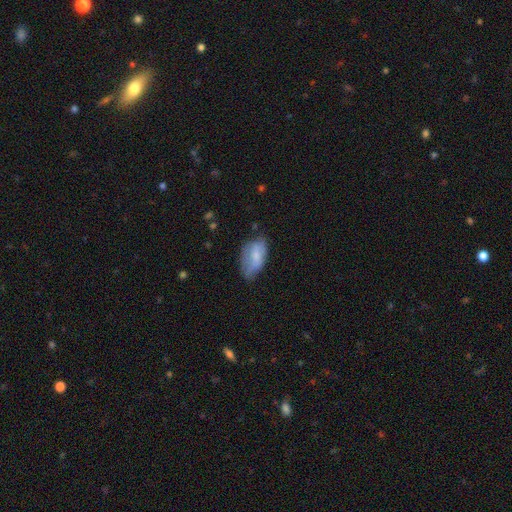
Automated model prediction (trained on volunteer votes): The model was most divided on "merging": none: 46%, minor disturbance: 37%, major disturbance: 15%, merger: 2%. More confident: how rounded — in between (92%); smooth or featured — smooth (65%).